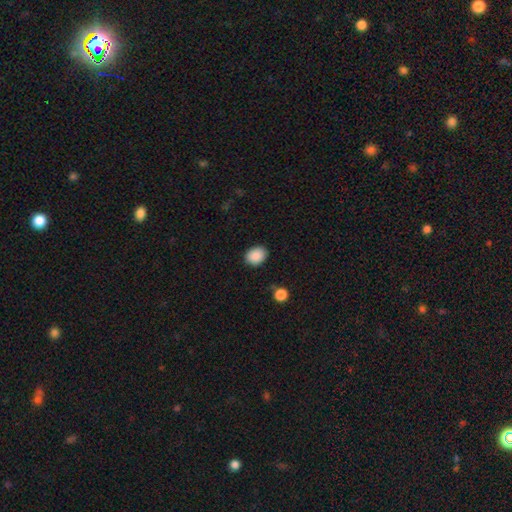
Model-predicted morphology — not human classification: smooth-or-featured: smooth: 89% | star or artifact: 8% | featured or disk: 3%
  how-rounded: in between: 57% | round: 42% | cigar-shaped: 1%
  merging: none: 86% | minor disturbance: 10% | major disturbance: 2% | merger: 2%